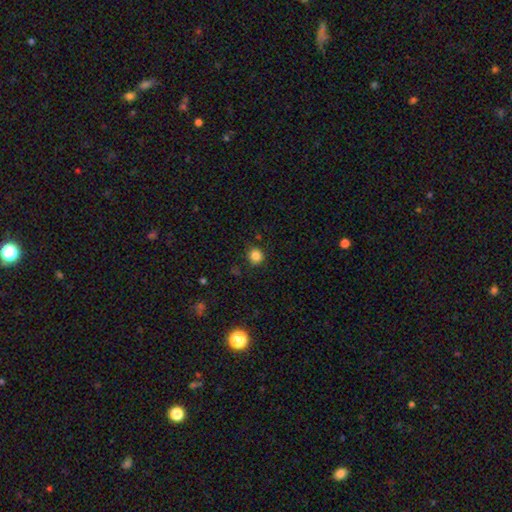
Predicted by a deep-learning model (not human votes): smooth-or-featured: smooth: 84% | star or artifact: 12% | featured or disk: 4%
  how-rounded: round: 84% | in between: 15% | cigar-shaped: 1%
  merging: none: 84% | minor disturbance: 12% | major disturbance: 3% | merger: 2%